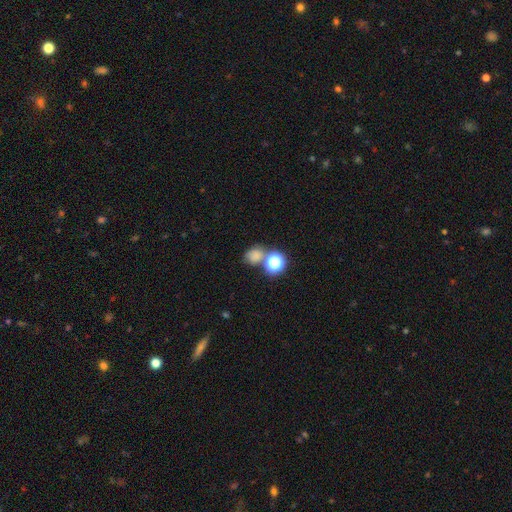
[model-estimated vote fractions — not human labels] smooth-or-featured: smooth: 66% | star or artifact: 23% | featured or disk: 11%
  how-rounded: round: 63% | in between: 36% | cigar-shaped: 1%
  merging: none: 51% | merger: 27% | minor disturbance: 15% | major disturbance: 7%